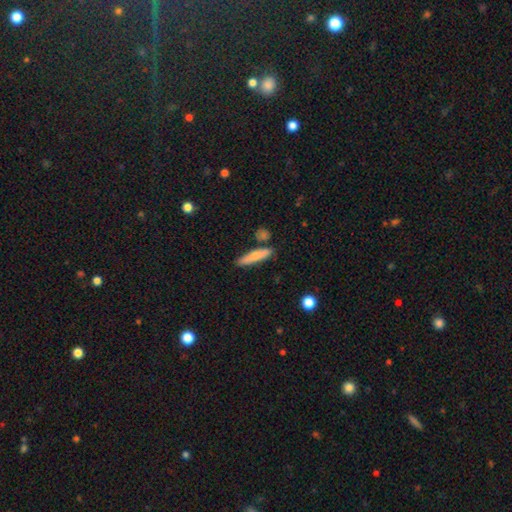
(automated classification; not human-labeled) Q: Smooth or featured?
A: smooth (72%); runner-up: featured or disk (21%)
Q: How rounded?
A: cigar-shaped (82%); runner-up: in between (16%)
Q: Merging?
A: none (79%); runner-up: minor disturbance (12%)